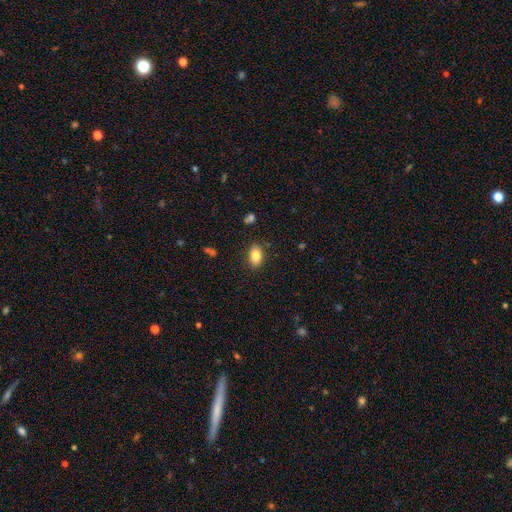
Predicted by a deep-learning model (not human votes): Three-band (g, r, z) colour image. It shows a smooth galaxy with no disk features (83%) that is in between round and cigar-shaped (86%). Merging: none (86%).